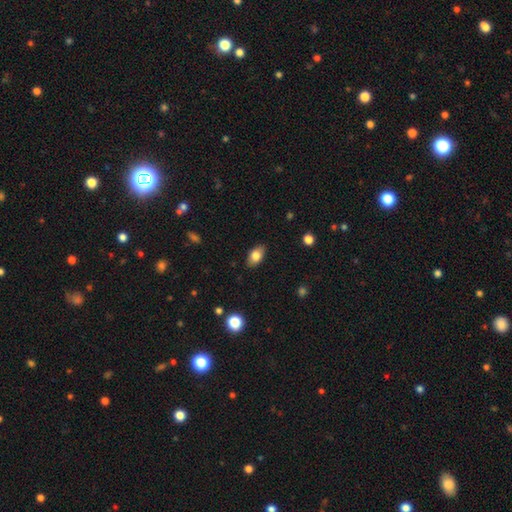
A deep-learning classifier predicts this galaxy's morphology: A smooth galaxy with no disk features (80%) that is in between round and cigar-shaped (90%). Merging: none (86%).